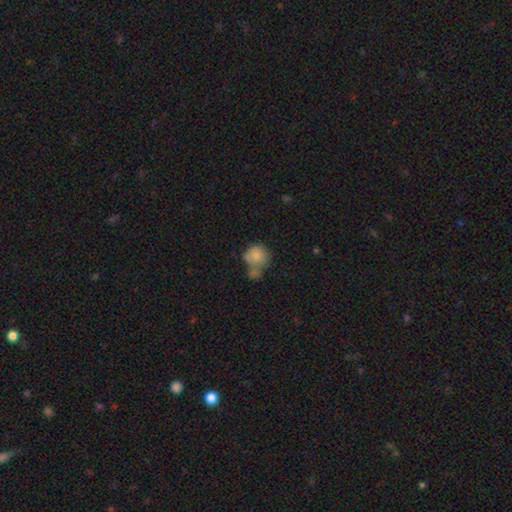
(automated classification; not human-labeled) Smooth or featured? Predicted: smooth (p=0.79). How rounded? Predicted: round (p=0.77). Merging? Predicted: merger (p=0.43).